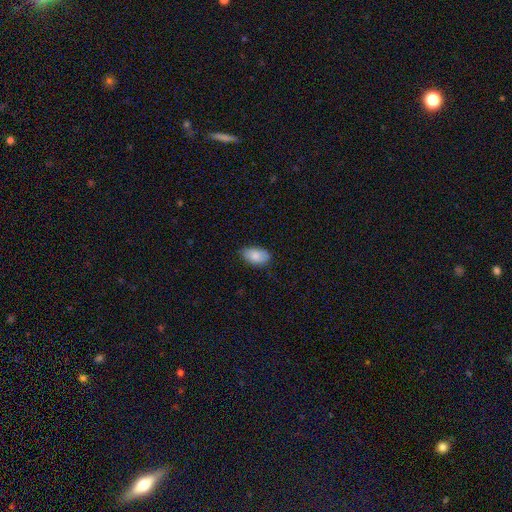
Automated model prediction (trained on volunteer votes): A smooth galaxy with no disk features (86%) that is in between round and cigar-shaped (94%).

Vote fractions:
- Smooth or featured? smooth: 86% / featured or disk: 7% / star or artifact: 7%
- How rounded? in between: 94% / round: 4% / cigar-shaped: 2%
- Merging? none: 75% / minor disturbance: 21% / major disturbance: 3% / merger: 1%